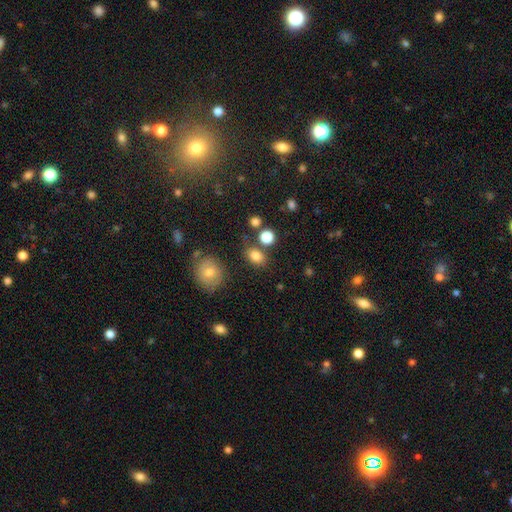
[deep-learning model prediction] The model was most divided on "how rounded": in between: 67%, round: 32%, cigar-shaped: 1%. More confident: smooth or featured — smooth (81%); merging — none (72%).